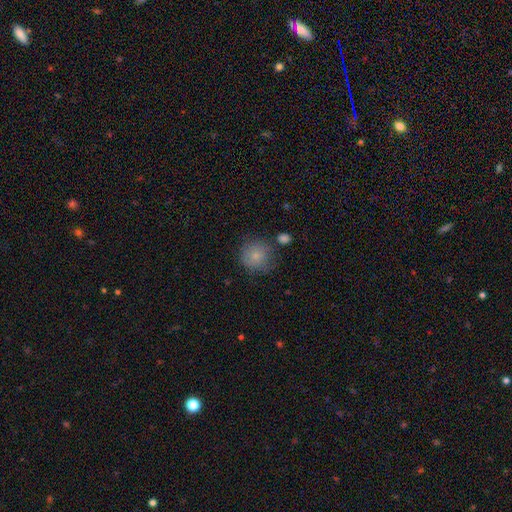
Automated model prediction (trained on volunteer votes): Smooth or featured: smooth — 81% (featured or disk — 10%)
How rounded: round — 90% (in between — 9%)
Merging: none — 69% (minor disturbance — 19%)